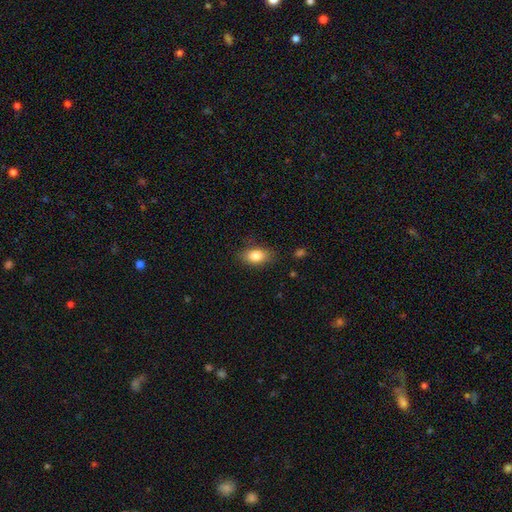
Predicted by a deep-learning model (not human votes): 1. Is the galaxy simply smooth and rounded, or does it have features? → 83% smooth, 9% featured or disk, 8% star or artifact.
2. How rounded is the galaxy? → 88% in between, 9% round, 4% cigar-shaped.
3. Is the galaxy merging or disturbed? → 81% none, 14% minor disturbance, 3% major disturbance, 1% merger.